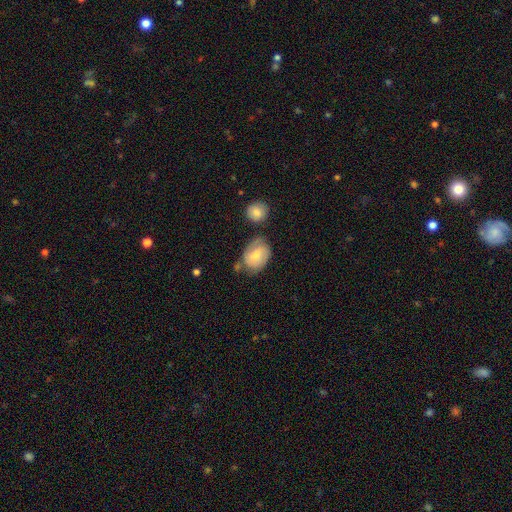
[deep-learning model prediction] A smooth galaxy with no disk features (64%) that is in between round and cigar-shaped (66%).

Vote fractions:
- Smooth or featured? smooth: 64% / featured or disk: 29% / star or artifact: 7%
- How rounded? in between: 66% / round: 33% / cigar-shaped: 1%
- Merging? none: 54% / minor disturbance: 26% / merger: 13% / major disturbance: 8%